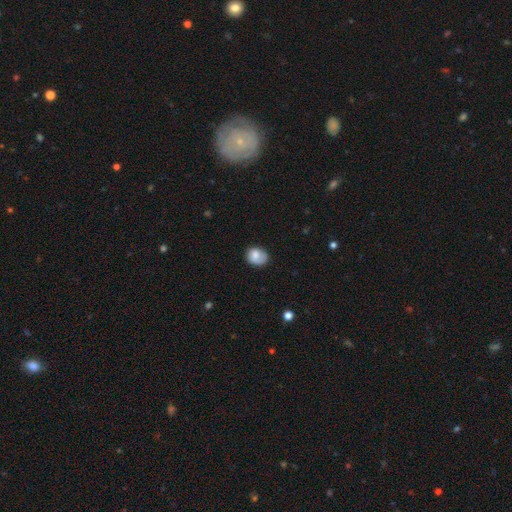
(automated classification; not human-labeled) Smooth or featured: smooth — 77% (featured or disk — 15%)
How rounded: round — 51% (in between — 48%)
Merging: none — 62% (minor disturbance — 27%)